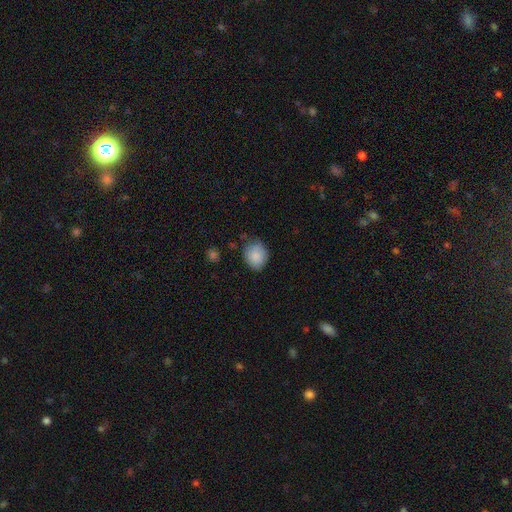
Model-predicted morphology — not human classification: Smooth or featured? Predicted: smooth (p=0.86). How rounded? Predicted: round (p=0.61). Merging? Predicted: none (p=0.69).